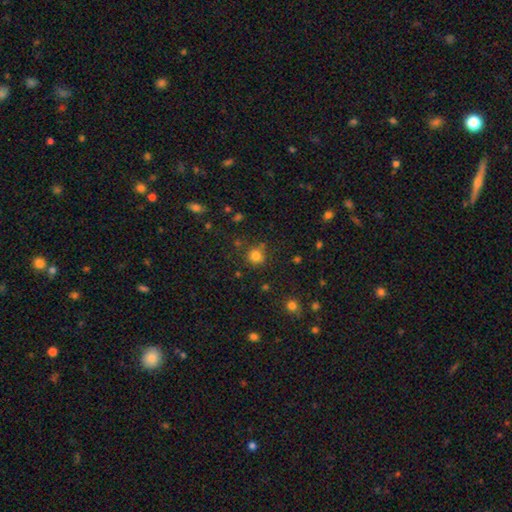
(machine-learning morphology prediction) smooth_or_featured: smooth (p=0.80) [alt: star or artifact p=0.15]
how_rounded: round (p=0.88) [alt: in between p=0.11]
merging: none (p=0.76) [alt: minor disturbance p=0.13]